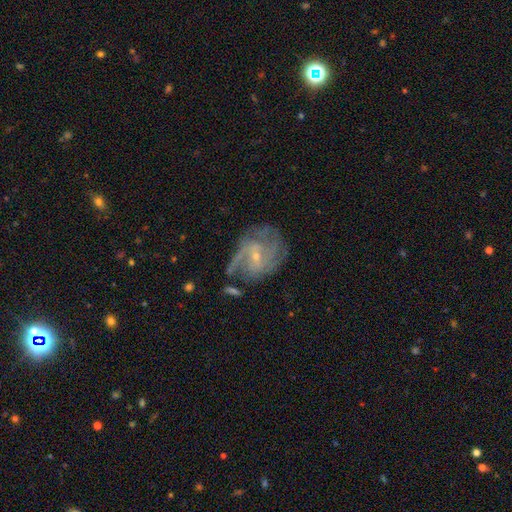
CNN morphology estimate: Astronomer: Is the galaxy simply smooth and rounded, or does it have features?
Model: featured or disk — 82%.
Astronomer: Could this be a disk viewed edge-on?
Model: no — 97%.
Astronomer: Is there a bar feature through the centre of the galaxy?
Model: weak — 49% (runner-up: no, 37%).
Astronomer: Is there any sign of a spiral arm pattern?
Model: yes — 91%.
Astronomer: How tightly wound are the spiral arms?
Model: medium — 45% (runner-up: tight, 30%).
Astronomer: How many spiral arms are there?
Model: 2 — 29% (runner-up: can't tell, 28%).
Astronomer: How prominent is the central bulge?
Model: small — 75%.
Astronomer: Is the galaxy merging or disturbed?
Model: none — 53%.